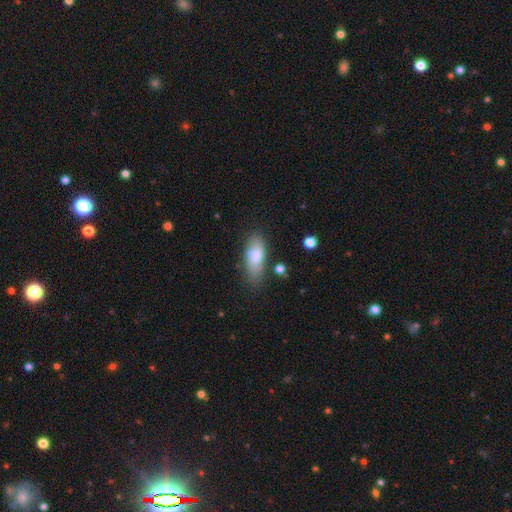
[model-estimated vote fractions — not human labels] A smooth galaxy with no disk features (77%) that is in between round and cigar-shaped (77%). Merging: none (75%).